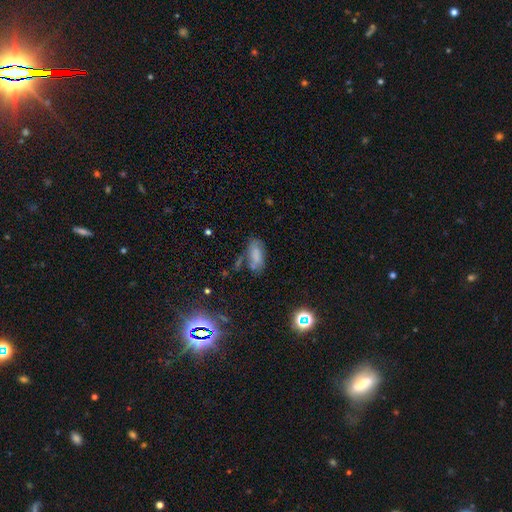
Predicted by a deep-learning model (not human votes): This appears to be a smooth galaxy with no disk features (72%) that is in between round and cigar-shaped (86%). Merging: none (56%).